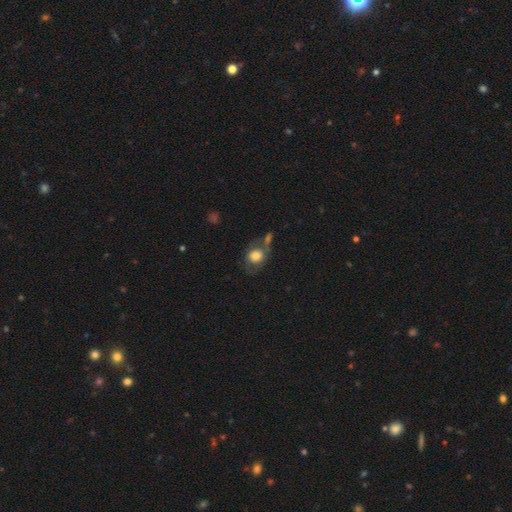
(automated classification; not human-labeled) A smooth galaxy with no disk features (69%) that is round (66%). Merging: none (44%).